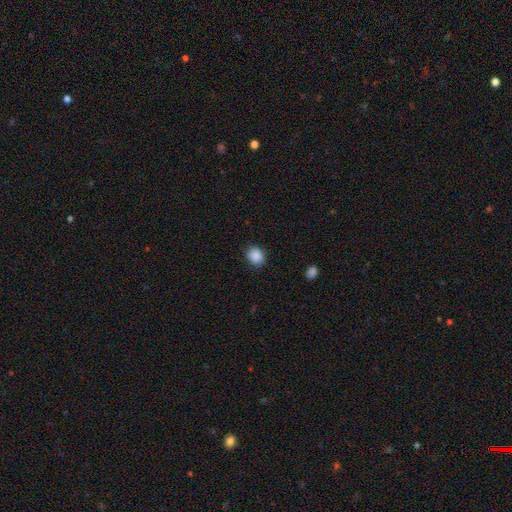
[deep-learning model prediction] smooth-or-featured: smooth: 89% | star or artifact: 9% | featured or disk: 3%
  how-rounded: round: 61% | in between: 38% | cigar-shaped: 1%
  merging: none: 86% | minor disturbance: 10% | major disturbance: 3% | merger: 1%